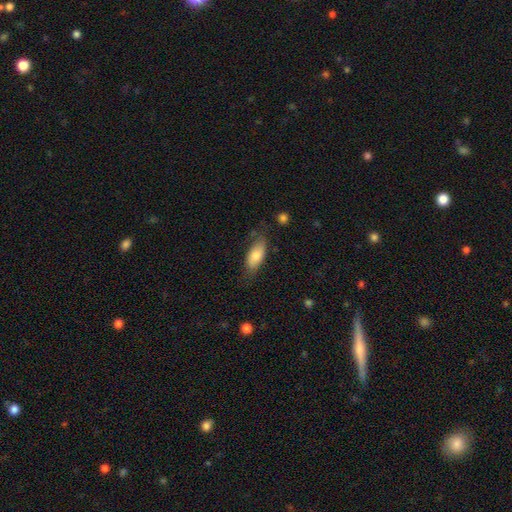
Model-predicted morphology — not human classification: Overall: smooth (76%). How rounded: in between (85%). Merging: none (67%).